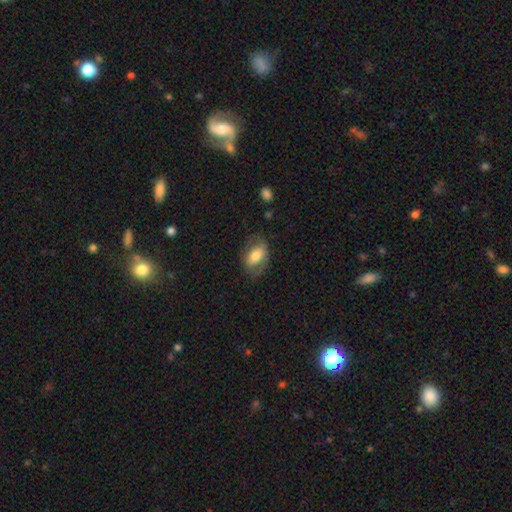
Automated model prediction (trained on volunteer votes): smooth 59%, featured or disk 34%, star or artifact 7%. Down the decision tree: how rounded — in between (86%); merging — none (66%).